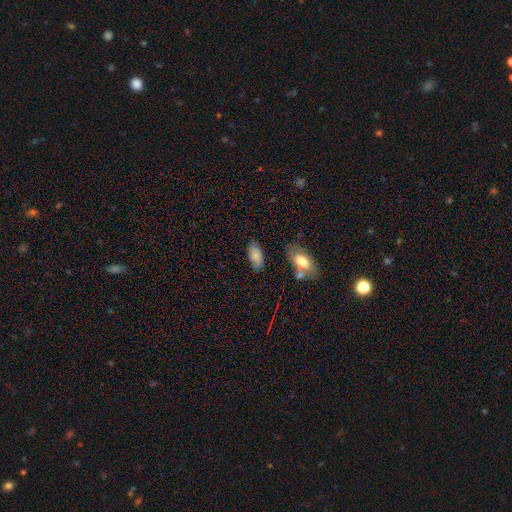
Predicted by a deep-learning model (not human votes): The model was most divided on "merging": none: 70%, minor disturbance: 20%, major disturbance: 5%, merger: 5%. More confident: how rounded — in between (91%); smooth or featured — smooth (79%).